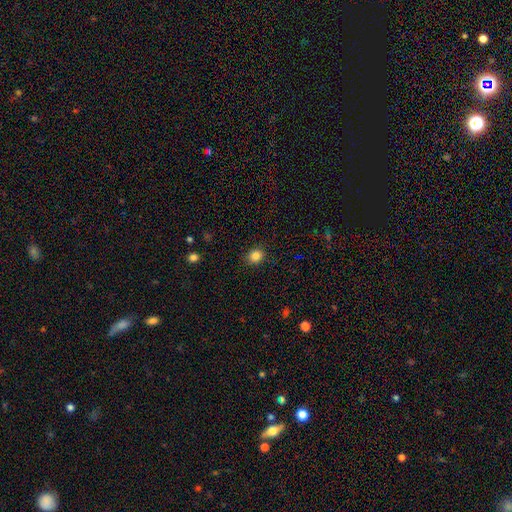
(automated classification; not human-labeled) smooth-or-featured: smooth: 85% | star or artifact: 11% | featured or disk: 4%
  how-rounded: round: 69% | in between: 30% | cigar-shaped: 1%
  merging: none: 88% | minor disturbance: 9% | major disturbance: 2% | merger: 1%